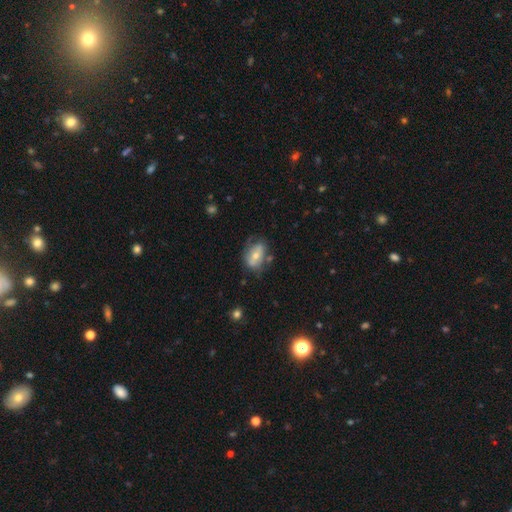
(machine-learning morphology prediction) This appears to be a smooth galaxy with no disk features (49%). Merging: none (53%).